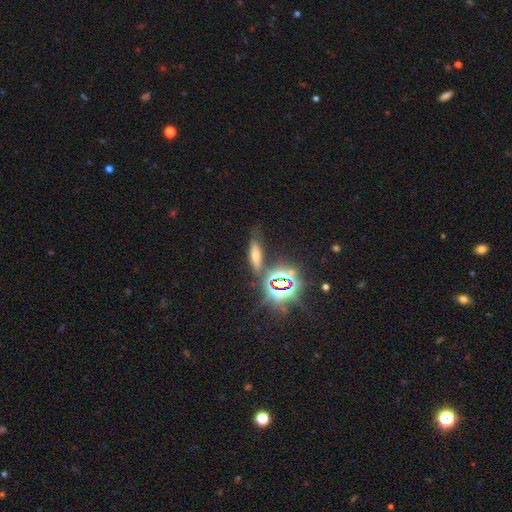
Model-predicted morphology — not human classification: Smooth or featured?
  - smooth: 48% *
  - star or artifact: 34%
  - featured or disk: 18%
Merging?
  - none: 71% *
  - minor disturbance: 15%
  - merger: 7%
  - major disturbance: 7%